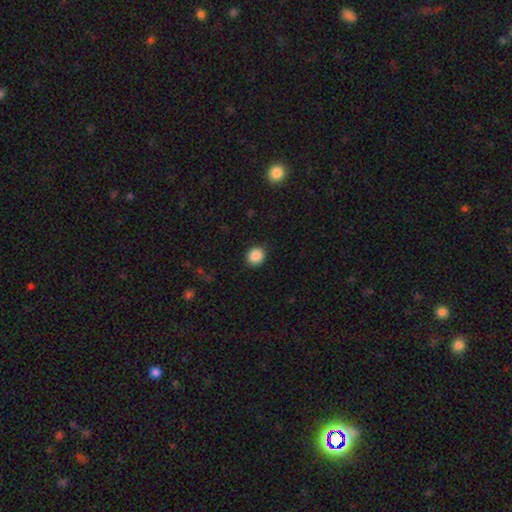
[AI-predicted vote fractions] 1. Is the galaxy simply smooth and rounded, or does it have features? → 88% smooth, 9% star or artifact, 3% featured or disk.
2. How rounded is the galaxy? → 81% round, 18% in between, 1% cigar-shaped.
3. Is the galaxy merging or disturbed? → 90% none, 7% minor disturbance, 2% major disturbance, 1% merger.